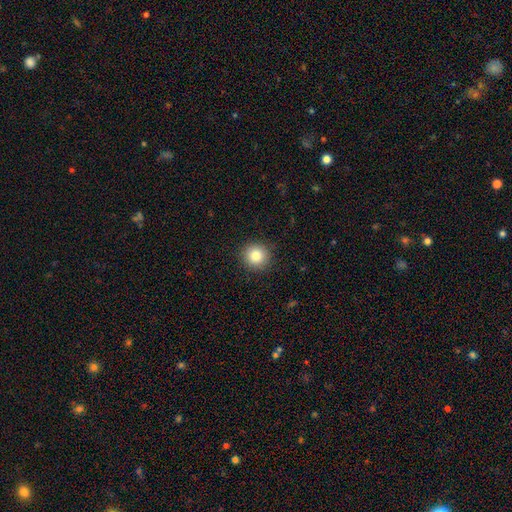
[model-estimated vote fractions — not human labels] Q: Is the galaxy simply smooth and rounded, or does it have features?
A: smooth — 82%.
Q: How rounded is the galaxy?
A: round — 94%.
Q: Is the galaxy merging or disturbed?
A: none — 91%.